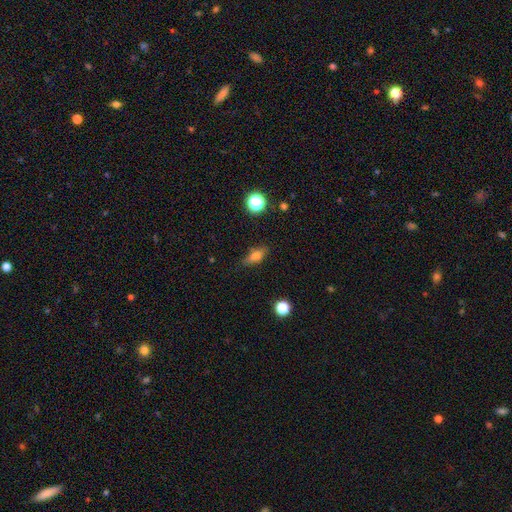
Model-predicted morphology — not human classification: type=smooth (70%); roundness=in between (68%); merging=none (76%).